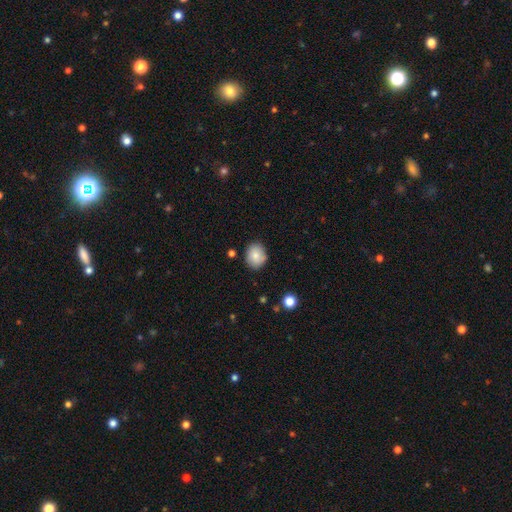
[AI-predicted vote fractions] smooth 83%, featured or disk 9%, star or artifact 8%. Down the decision tree: how rounded — round (60%); merging — none (82%).